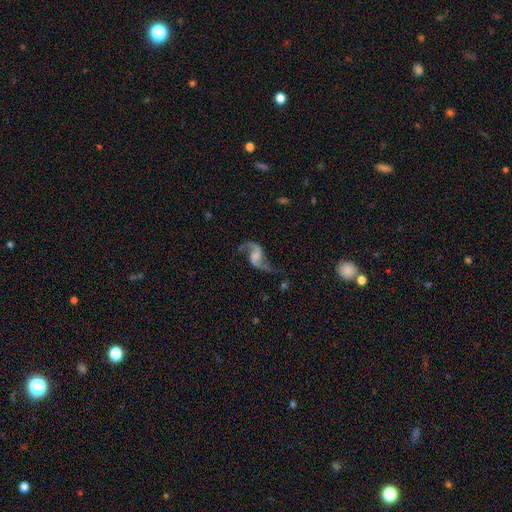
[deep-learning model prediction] smooth-or-featured: featured or disk: 88% | smooth: 6% | star or artifact: 6%
  disk-edge-on: no: 98% | yes: 2%
    bar: no: 43% (tied) | weak: 43% (tied) | strong: 14%
    has-spiral-arms: yes: 96% | no: 4%
      spiral-winding: loose: 82% | medium: 15% | tight: 3%
      spiral-arm-count: 2: 93% | 1: 3% | can't tell: 1% | 3: 1% | 4: 1% | more than 4: 1%
    bulge-size: none: 41% | small: 26% | moderate: 22% | large: 10% | dominant: 2%
  merging: none: 67% | minor disturbance: 16% | major disturbance: 14% | merger: 4%